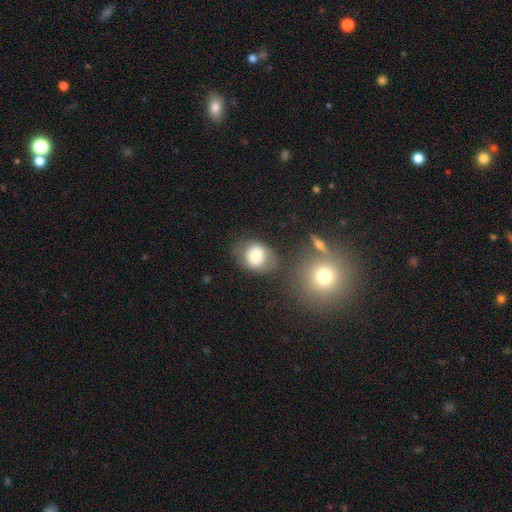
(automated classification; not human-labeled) smooth_or_featured: smooth (p=0.73) [alt: featured or disk p=0.18]
how_rounded: round (p=0.58) [alt: in between p=0.41]
merging: none (p=0.58) [alt: minor disturbance p=0.22]